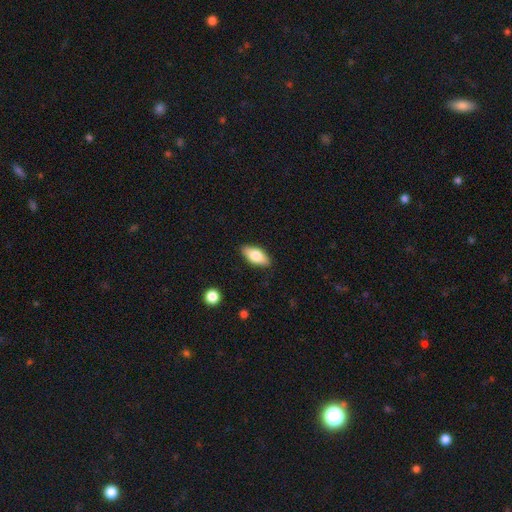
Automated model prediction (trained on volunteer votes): This is likely a smooth galaxy (74%). How rounded: clearly in between (86%). Merging: clearly none (87%).